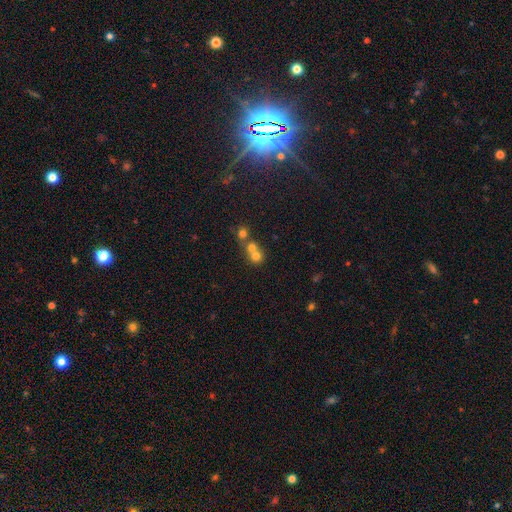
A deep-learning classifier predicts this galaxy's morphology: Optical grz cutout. It shows a smooth galaxy with no disk features (69%) that is round (85%). Merging: merger (59%).